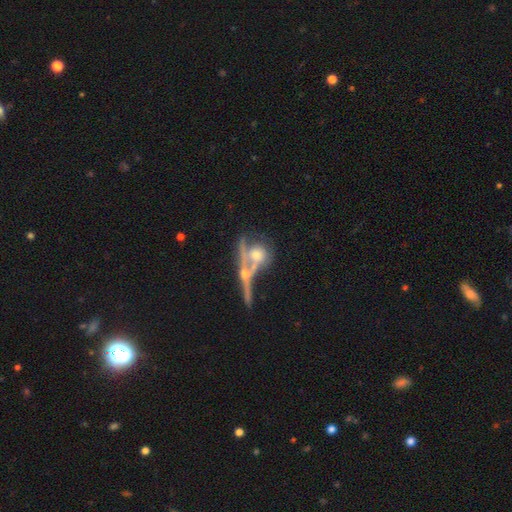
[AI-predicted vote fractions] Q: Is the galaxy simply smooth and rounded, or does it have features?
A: featured or disk — 64%.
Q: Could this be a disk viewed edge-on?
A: no — 65%.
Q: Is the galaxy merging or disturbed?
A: merger — 52%.